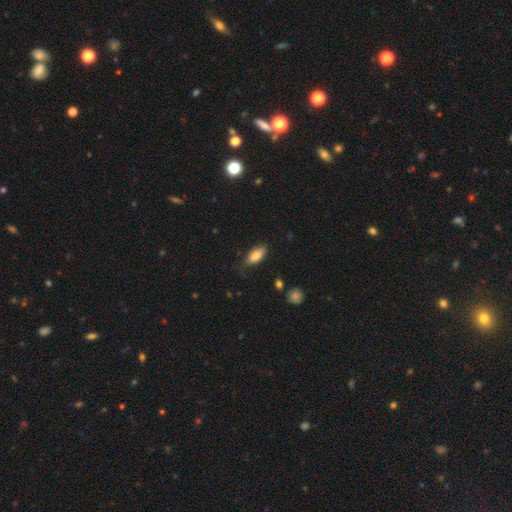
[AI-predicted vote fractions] Morphology: type=smooth (80%); roundness=in between (84%); merging=none (72%).